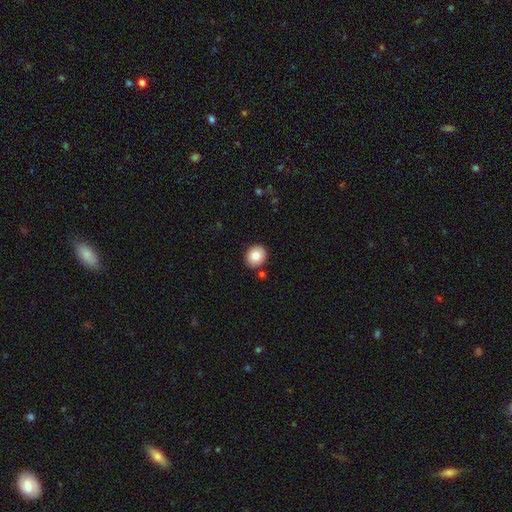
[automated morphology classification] smooth_or_featured: smooth (p=0.83) [alt: featured or disk p=0.09]
how_rounded: round (p=0.78) [alt: in between p=0.21]
merging: none (p=0.86) [alt: minor disturbance p=0.08]